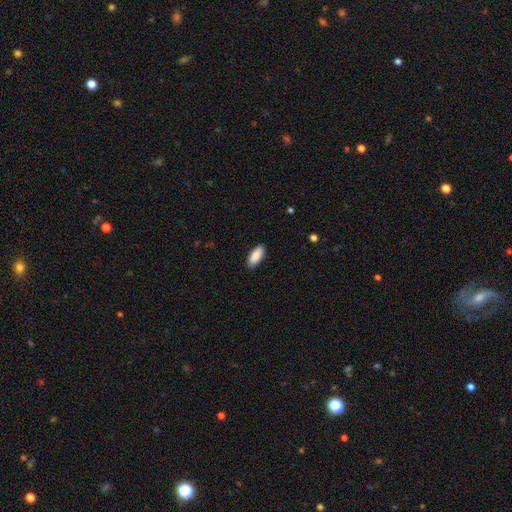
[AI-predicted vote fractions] Smooth or featured? smooth (89%)
How rounded? in between (87%)
Merging? none (88%)